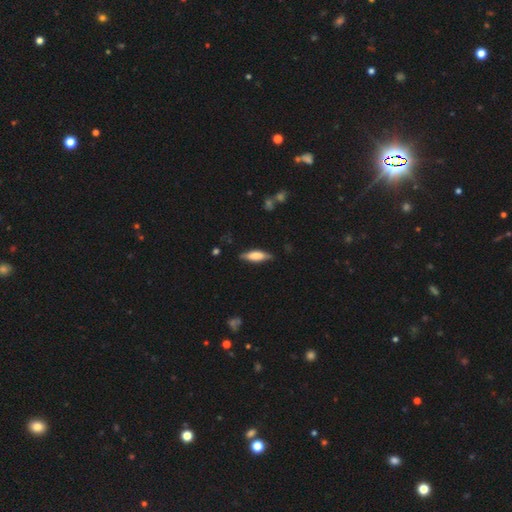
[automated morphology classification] This is likely a smooth galaxy (61%). How rounded: possibly cigar-shaped (52%). Merging: clearly none (81%).